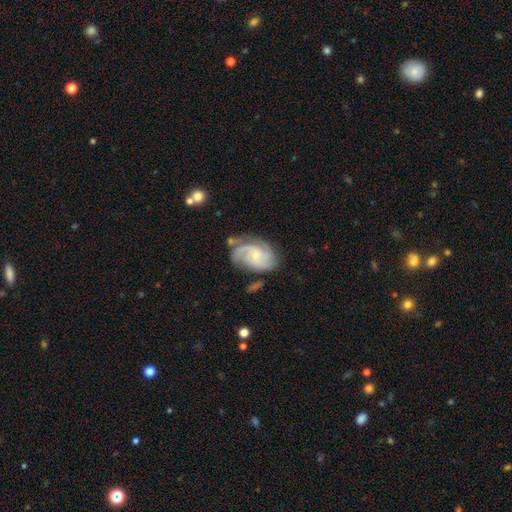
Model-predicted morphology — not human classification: A featured or disk galaxy (79%) with no bar (66%), 2 (35%) tight (42%) spiral arms (94%) and a small central bulge (71%).

Vote fractions:
- Smooth or featured? featured or disk: 79% / smooth: 15% / star or artifact: 6%
- Edge-on disk? no: 97% / yes: 3%
- Bar? no: 66% / weak: 30% / strong: 4%
- Spiral arms? yes: 94% / no: 6%
- Spiral winding? tight: 42% / medium: 41% / loose: 17%
- Spiral arm count? 2: 35% / 3: 27% / can't tell: 22% / 1: 7% / 4: 5% / more than 4: 4%
- Bulge size? small: 71% / moderate: 24% / none: 3% / large: 1% / dominant: 1%
- Merging? none: 52% / minor disturbance: 27% / major disturbance: 15% / merger: 6%